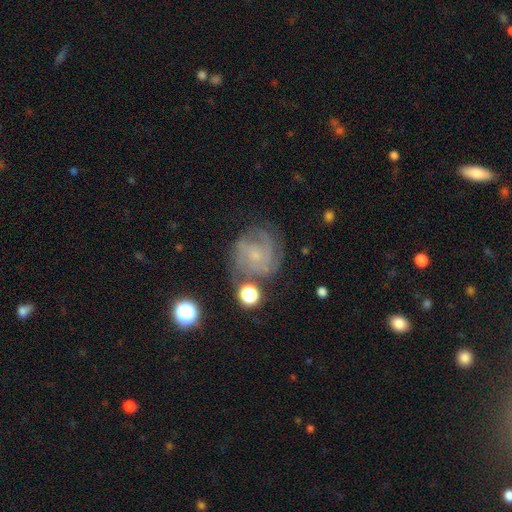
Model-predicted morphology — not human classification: Q: Smooth or featured?
A: featured or disk (71%); runner-up: smooth (18%)
Q: Edge-on disk?
A: no (98%); runner-up: yes (2%)
Q: Bar?
A: no (72%); runner-up: weak (24%)
Q: Spiral arms?
A: yes (90%); runner-up: no (10%)
Q: Spiral winding?
A: tight (50%); runner-up: medium (38%)
Q: Spiral arm count?
A: can't tell (35%); runner-up: 3 (23%)
Q: Bulge size?
A: small (75%); runner-up: moderate (13%)
Q: Merging?
A: none (64%); runner-up: minor disturbance (19%)